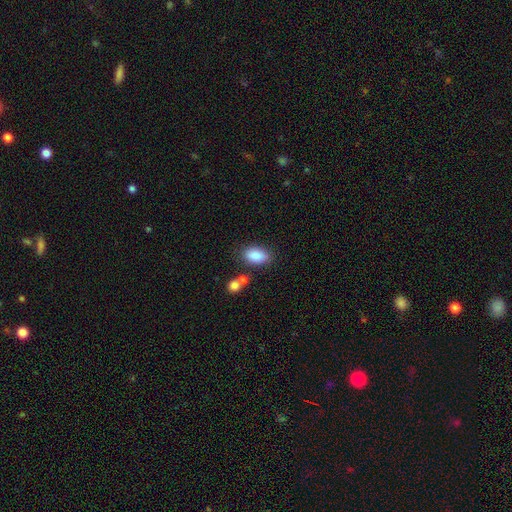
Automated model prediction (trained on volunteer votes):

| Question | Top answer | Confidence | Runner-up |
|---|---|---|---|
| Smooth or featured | smooth | 87% | star or artifact (7%) |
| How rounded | in between | 91% | round (5%) |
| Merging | none | 74% | minor disturbance (13%) |